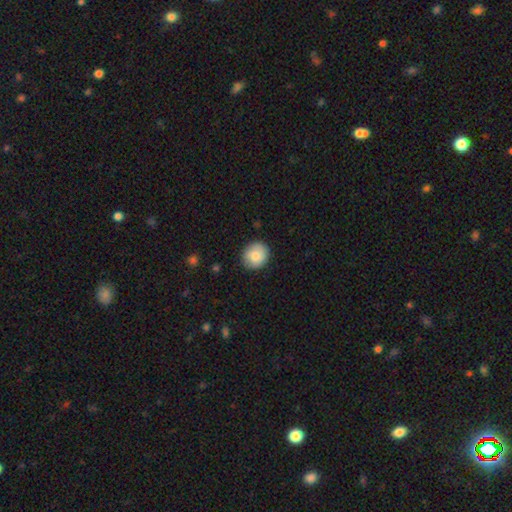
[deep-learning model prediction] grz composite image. It shows a smooth galaxy with no disk features (82%) that is round (74%). Merging: none (85%).